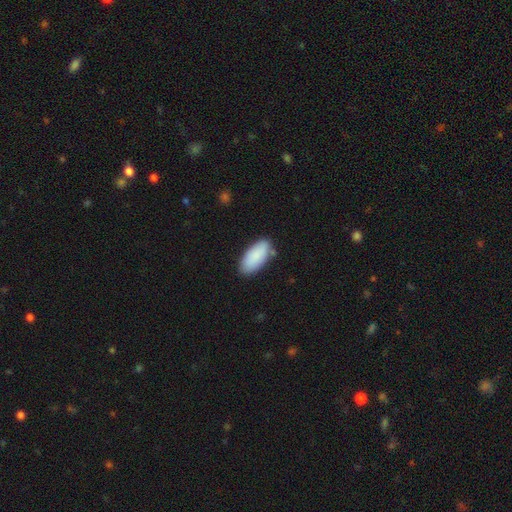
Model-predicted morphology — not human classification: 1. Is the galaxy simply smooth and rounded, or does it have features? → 88% smooth, 7% featured or disk, 6% star or artifact.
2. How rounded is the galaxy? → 89% in between, 10% cigar-shaped, 2% round.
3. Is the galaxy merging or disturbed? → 81% none, 14% minor disturbance, 3% merger, 3% major disturbance.